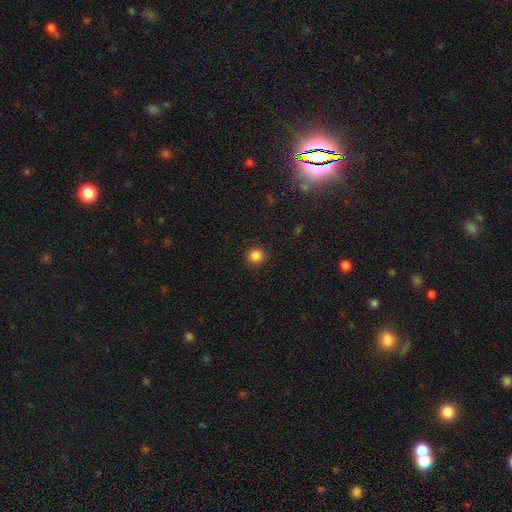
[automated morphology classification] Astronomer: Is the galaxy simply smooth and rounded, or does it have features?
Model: smooth — 85%.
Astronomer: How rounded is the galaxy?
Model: round — 95%.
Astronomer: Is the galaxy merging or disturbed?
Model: none — 92%.